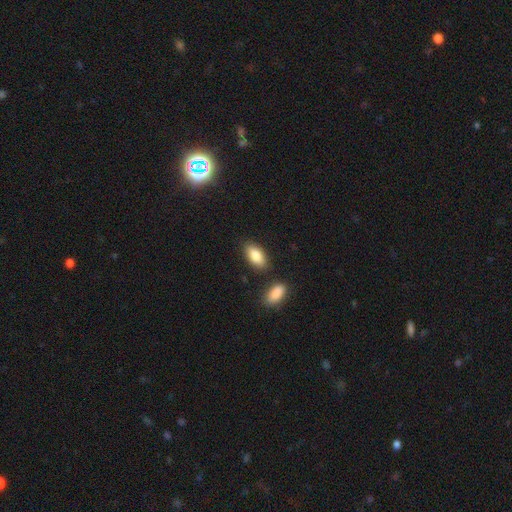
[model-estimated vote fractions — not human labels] This appears to be a smooth galaxy with no disk features (86%) that is in between round and cigar-shaped (91%). Merging: none (79%).